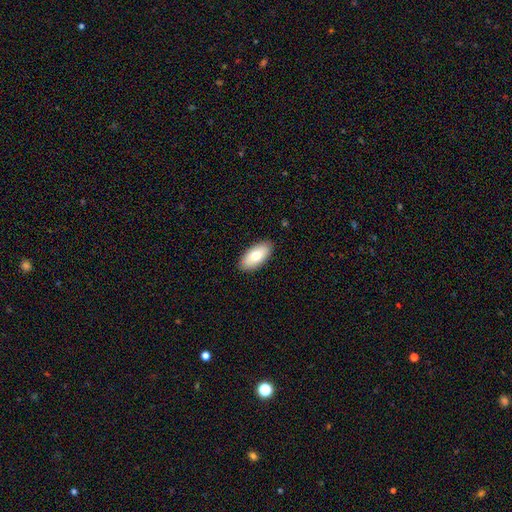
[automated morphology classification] A smooth galaxy with no disk features (74%) that is in between round and cigar-shaped (93%).

Vote fractions:
- Smooth or featured? smooth: 74% / featured or disk: 20% / star or artifact: 6%
- How rounded? in between: 93% / cigar-shaped: 5% / round: 2%
- Merging? none: 89% / minor disturbance: 8% / major disturbance: 2% / merger: 1%